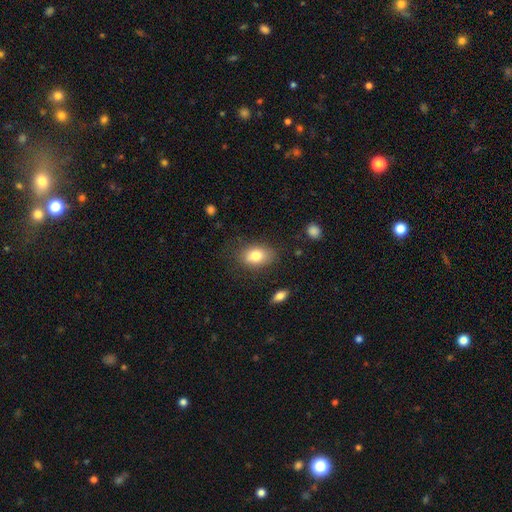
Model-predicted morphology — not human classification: smooth_or_featured: smooth (p=0.79) [alt: featured or disk p=0.12]
how_rounded: in between (p=0.83) [alt: round p=0.15]
merging: none (p=0.77) [alt: minor disturbance p=0.16]